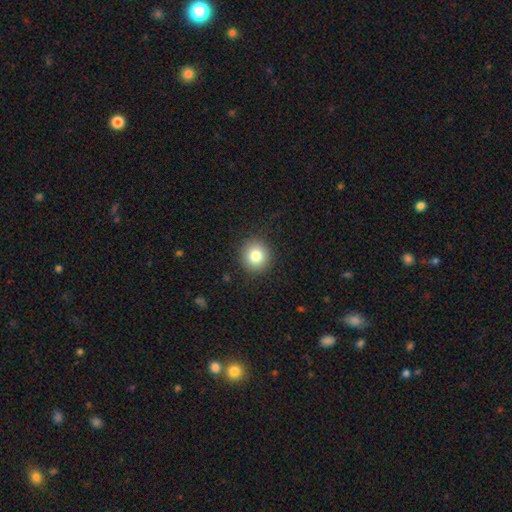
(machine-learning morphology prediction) Q: Smooth or featured?
A: smooth (82%); runner-up: star or artifact (10%)
Q: How rounded?
A: round (91%); runner-up: in between (8%)
Q: Merging?
A: none (90%); runner-up: minor disturbance (7%)